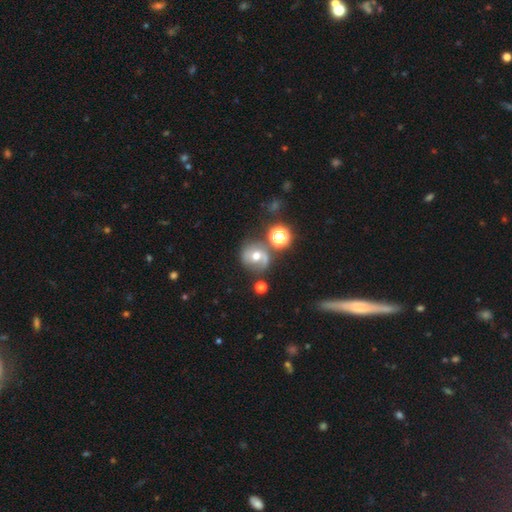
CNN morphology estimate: Q: Smooth or featured?
A: featured or disk (51%); runner-up: smooth (35%)
Q: Edge-on disk?
A: no (97%); runner-up: yes (3%)
Q: Merging?
A: none (57%); runner-up: minor disturbance (18%)